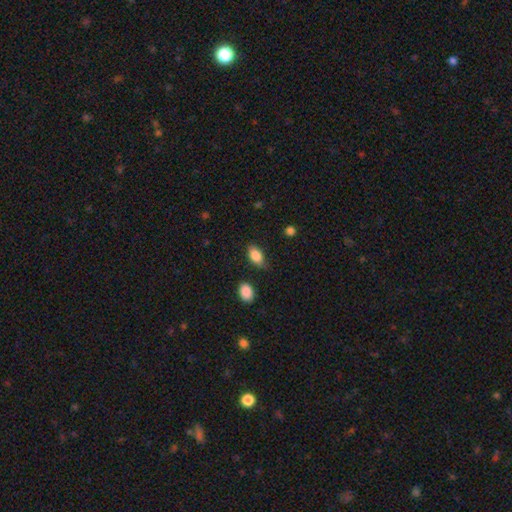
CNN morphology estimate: Smooth or featured: smooth — 86% (star or artifact — 8%)
How rounded: in between — 90% (round — 7%)
Merging: none — 75% (minor disturbance — 19%)